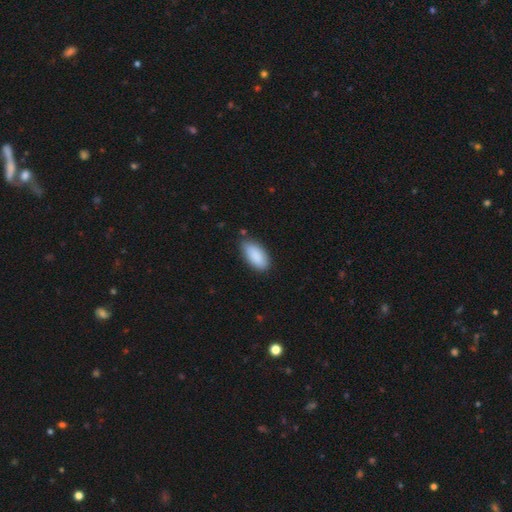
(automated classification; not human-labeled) smooth_or_featured: smooth (p=0.89) [alt: star or artifact p=0.06]
how_rounded: in between (p=0.91) [alt: cigar-shaped p=0.08]
merging: none (p=0.77) [alt: minor disturbance p=0.18]